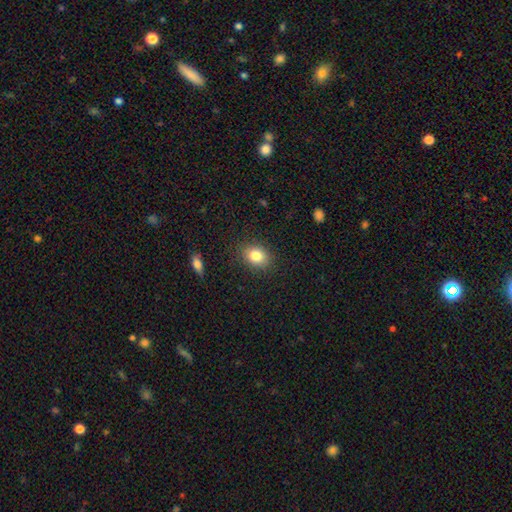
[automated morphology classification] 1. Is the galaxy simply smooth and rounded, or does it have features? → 82% smooth, 9% star or artifact, 8% featured or disk.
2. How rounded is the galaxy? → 58% in between, 41% round, 1% cigar-shaped.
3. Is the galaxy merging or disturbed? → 86% none, 10% minor disturbance, 3% major disturbance, 1% merger.